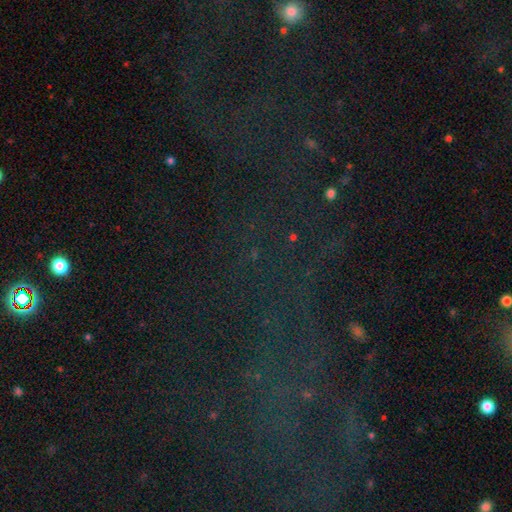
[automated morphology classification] Q: Smooth or featured?
A: star or artifact (76%); runner-up: smooth (12%)